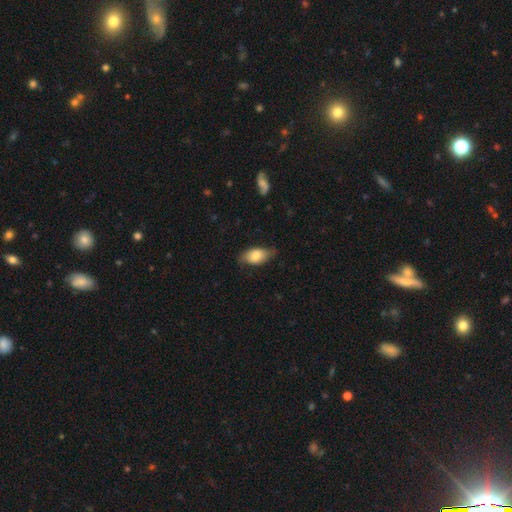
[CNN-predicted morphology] Overall: smooth (77%). How rounded: in between (91%). Merging: none (68%).